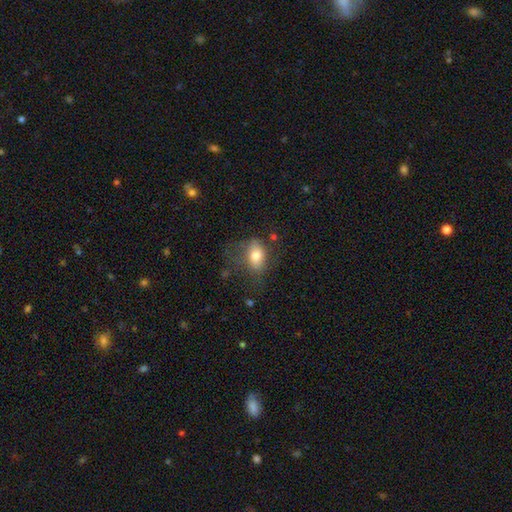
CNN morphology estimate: smooth-or-featured: smooth: 74% | featured or disk: 17% | star or artifact: 9%
  how-rounded: in between: 79% | round: 19% | cigar-shaped: 2%
  merging: none: 46% | minor disturbance: 27% | major disturbance: 25% | merger: 3%